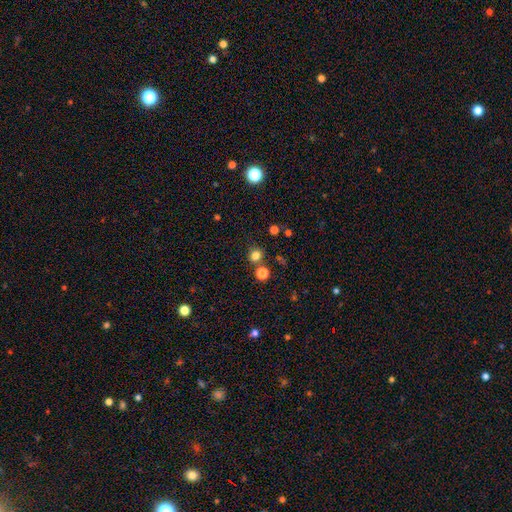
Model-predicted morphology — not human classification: smooth 79%, star or artifact 16%, featured or disk 5%. Down the decision tree: how rounded — round (86%); merging — none (78%).